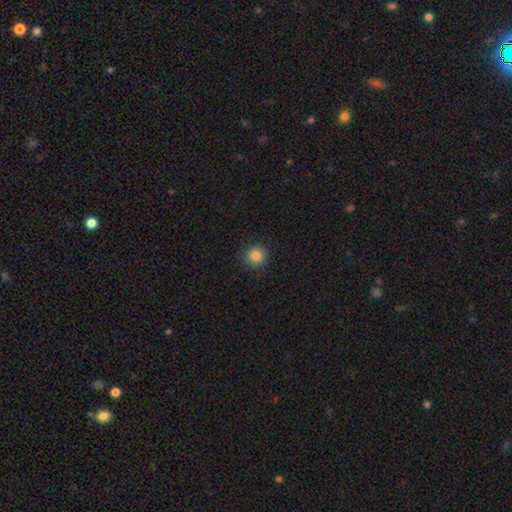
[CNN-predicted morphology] Smooth or featured: smooth — 86% (star or artifact — 11%)
How rounded: round — 92% (in between — 7%)
Merging: none — 89% (minor disturbance — 7%)